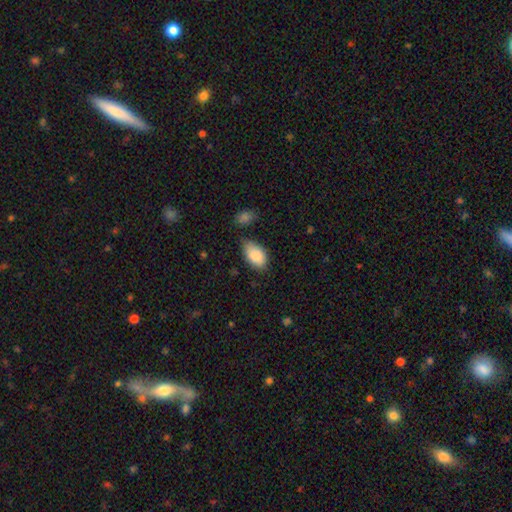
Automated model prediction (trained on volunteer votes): A smooth galaxy with no disk features (87%) that is in between round and cigar-shaped (93%). Merging: none (62%).